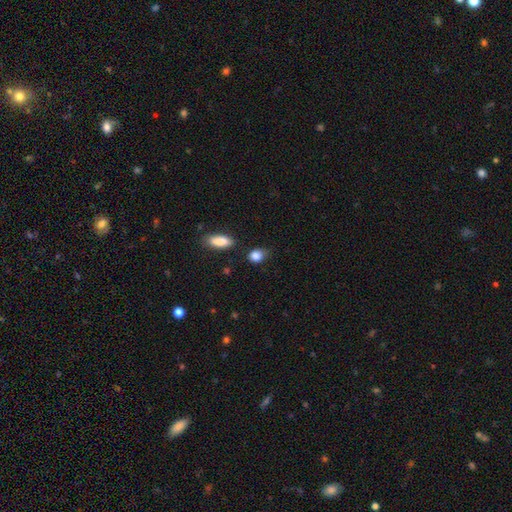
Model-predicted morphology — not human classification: Smooth or featured? smooth (86%)
How rounded? in between (51%)
Merging? none (64%)